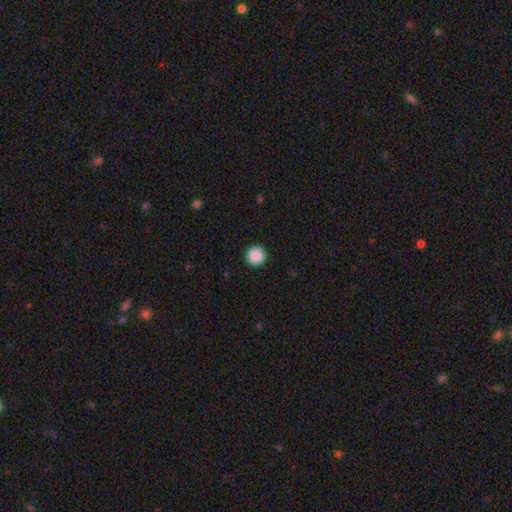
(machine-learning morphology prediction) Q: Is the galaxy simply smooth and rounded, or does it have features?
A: smooth — 88%.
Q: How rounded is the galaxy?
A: round — 96%.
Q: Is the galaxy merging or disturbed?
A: none — 93%.